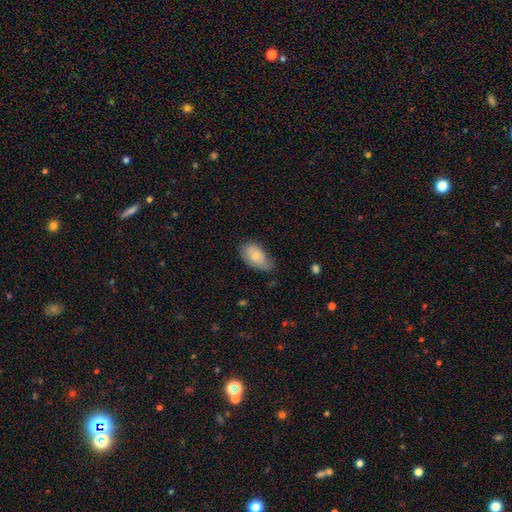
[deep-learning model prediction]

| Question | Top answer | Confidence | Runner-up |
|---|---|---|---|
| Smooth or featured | smooth | 77% | featured or disk (16%) |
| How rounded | in between | 93% | round (6%) |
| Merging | none | 51% | minor disturbance (39%) |